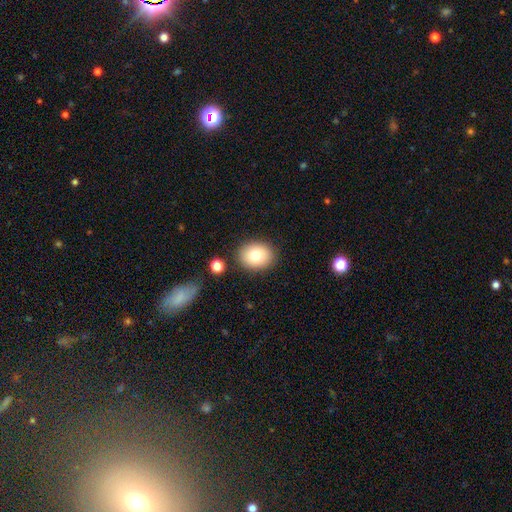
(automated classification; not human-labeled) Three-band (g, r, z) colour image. It shows a smooth galaxy with no disk features (78%) that is round (50%). Merging: none (86%).